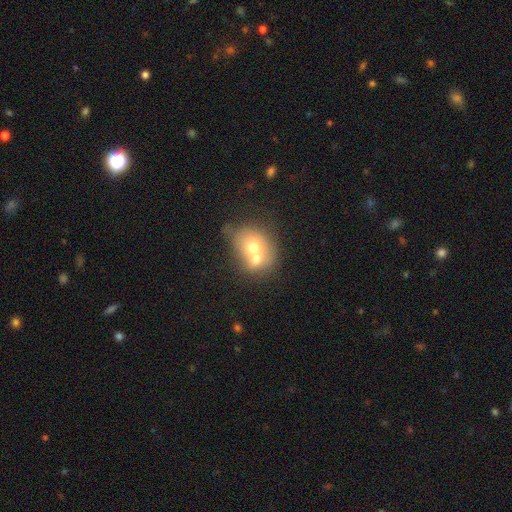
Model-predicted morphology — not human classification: A smooth galaxy with no disk features (61%) that is round (59%). Merging: merger (69%).